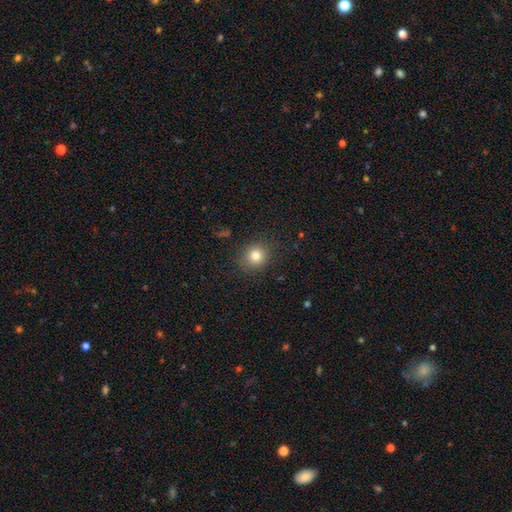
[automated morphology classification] This is clearly a smooth galaxy (81%). How rounded: clearly round (81%). Merging: clearly none (87%).